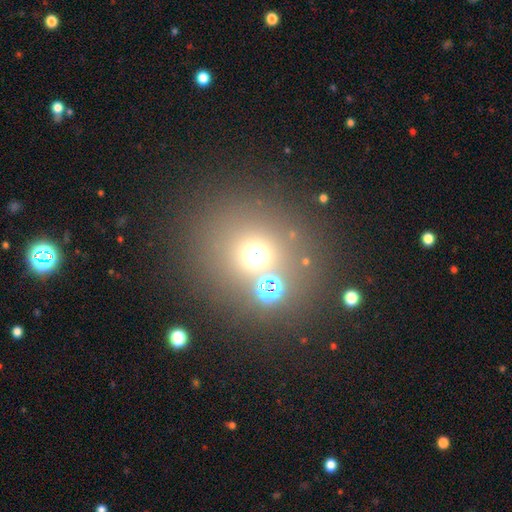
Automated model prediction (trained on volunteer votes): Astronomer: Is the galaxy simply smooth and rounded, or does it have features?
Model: smooth — 54% (runner-up: star or artifact, 37%).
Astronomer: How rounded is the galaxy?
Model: round — 86%.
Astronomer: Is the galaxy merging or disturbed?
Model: none — 71%.